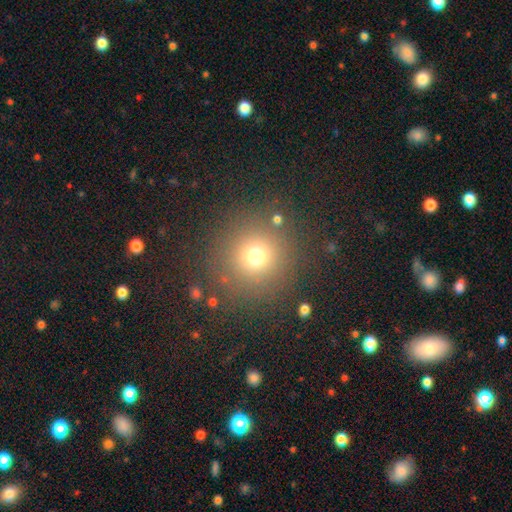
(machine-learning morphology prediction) type=smooth (71%); roundness=round (94%); merging=none (85%).